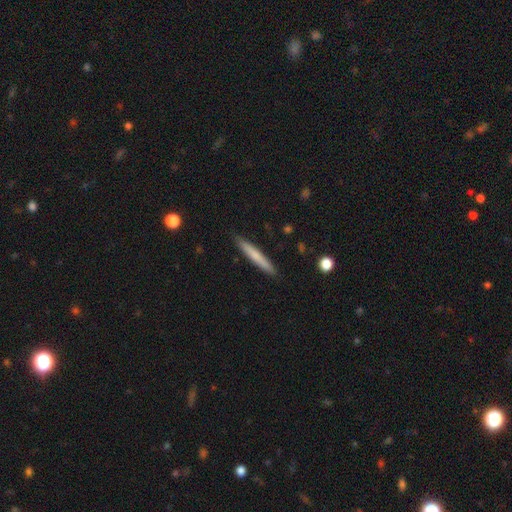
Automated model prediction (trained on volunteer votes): Morphology: type=smooth (67%); roundness=cigar-shaped (95%); merging=none (90%).